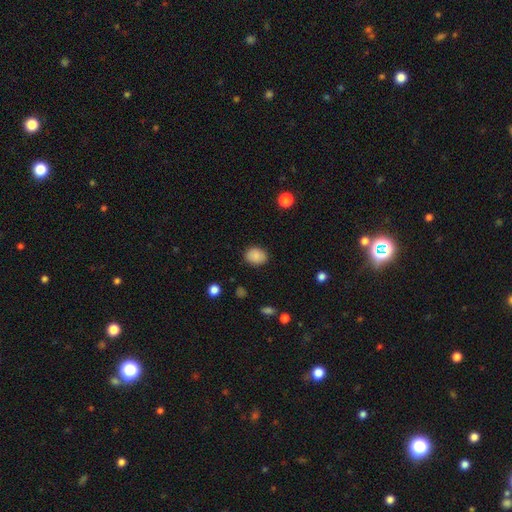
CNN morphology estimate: This appears to be a smooth galaxy with no disk features (87%) that is in between round and cigar-shaped (57%). Merging: none (86%).